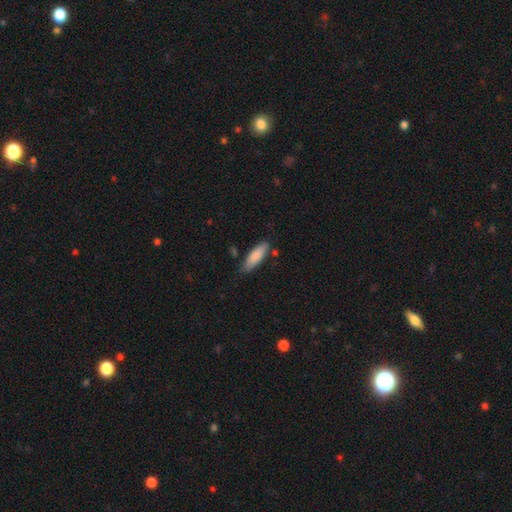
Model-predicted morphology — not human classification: Overall: smooth (86%). How rounded: in between (52%; cigar-shaped 47%). Merging: none (77%).